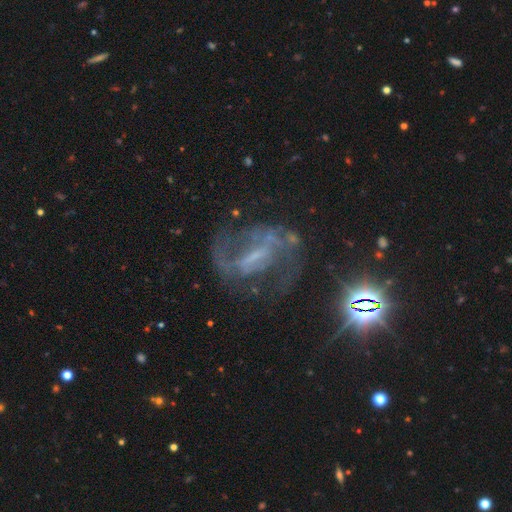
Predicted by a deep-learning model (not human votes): A featured or disk galaxy (71%) with a strong bar (49%), 2 (67%) medium (47%) spiral arms (76%) and no central bulge (45%). Merging: none (54%).